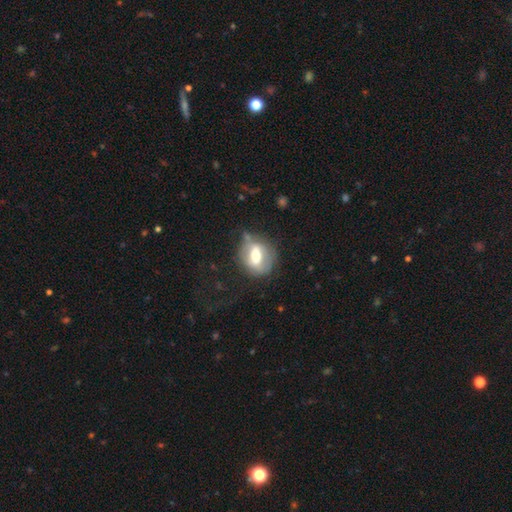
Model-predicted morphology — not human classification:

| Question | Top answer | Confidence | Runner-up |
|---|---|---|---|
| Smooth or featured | featured or disk | 47% | smooth (45%) |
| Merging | none | 61% | minor disturbance (24%) |